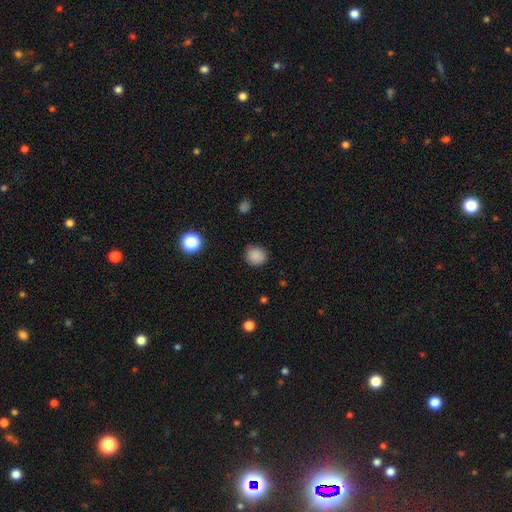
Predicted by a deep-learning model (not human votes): This appears to be a smooth galaxy with no disk features (85%) that is round (86%). Merging: none (83%).